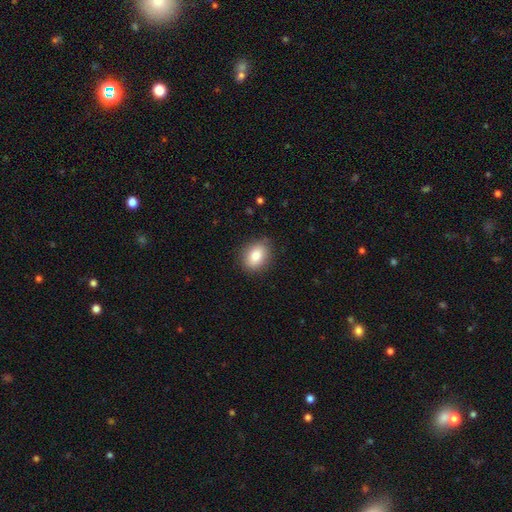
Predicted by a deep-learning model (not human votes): Q: Smooth or featured?
A: smooth (84%); runner-up: star or artifact (8%)
Q: How rounded?
A: in between (66%); runner-up: round (33%)
Q: Merging?
A: none (84%); runner-up: minor disturbance (12%)